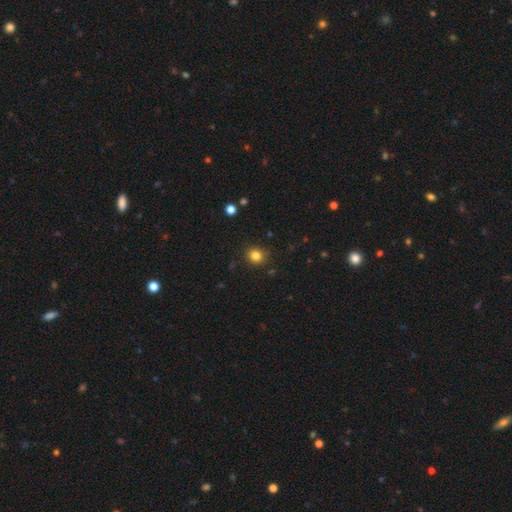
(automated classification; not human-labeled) This is clearly a smooth galaxy (82%). How rounded: clearly round (85%). Merging: clearly none (88%).